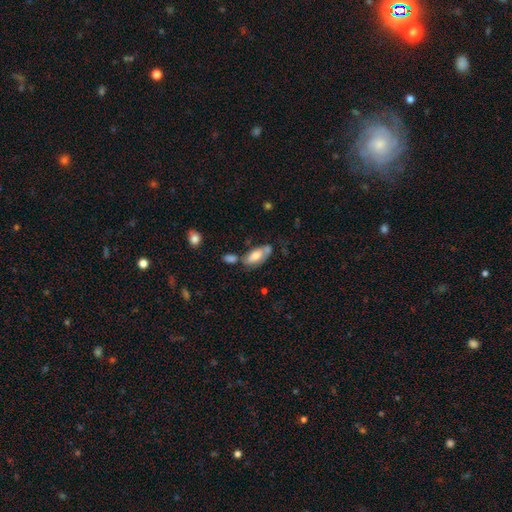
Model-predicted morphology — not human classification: This is possibly a smooth galaxy (60%). How rounded: clearly in between (88%). Merging: marginally none (43%).